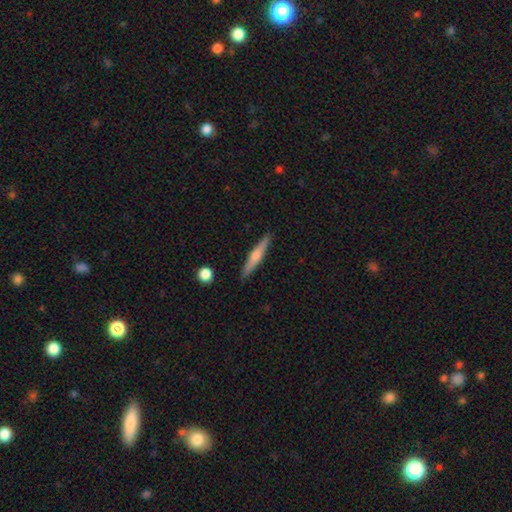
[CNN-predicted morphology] type=smooth (48%); merging=none (90%).